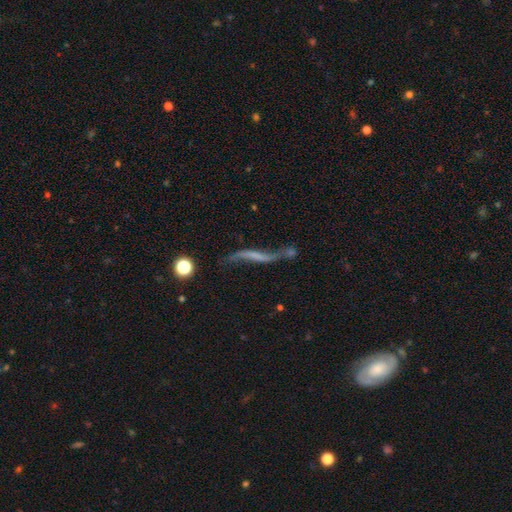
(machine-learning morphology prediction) A featured or disk galaxy (69%). Merging: none (40%).